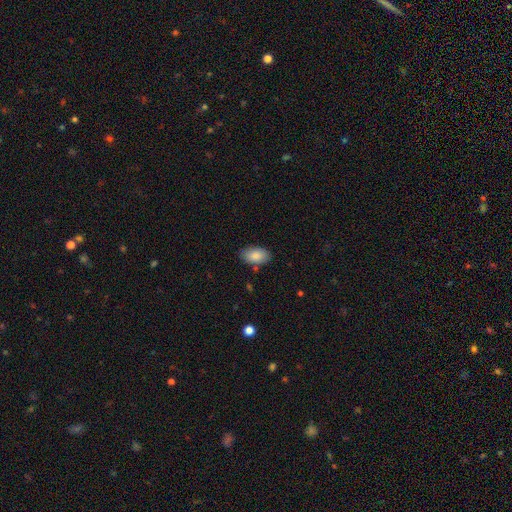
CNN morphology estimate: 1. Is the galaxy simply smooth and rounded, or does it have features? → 87% smooth, 7% featured or disk, 7% star or artifact.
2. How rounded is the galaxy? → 94% in between, 5% round, 2% cigar-shaped.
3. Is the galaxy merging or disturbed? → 83% none, 13% minor disturbance, 3% major disturbance, 2% merger.